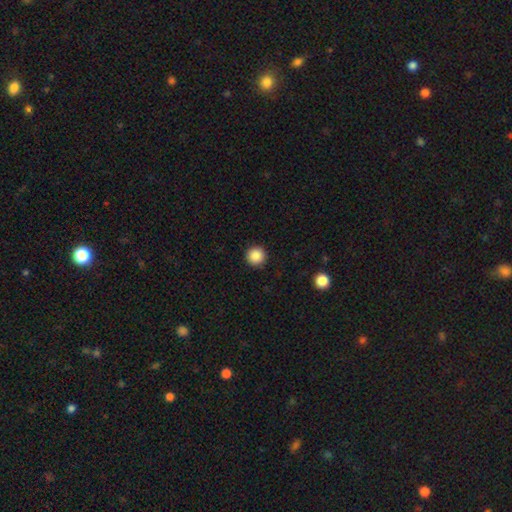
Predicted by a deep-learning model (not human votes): Morphology: type=smooth (87%); roundness=round (96%); merging=none (93%).